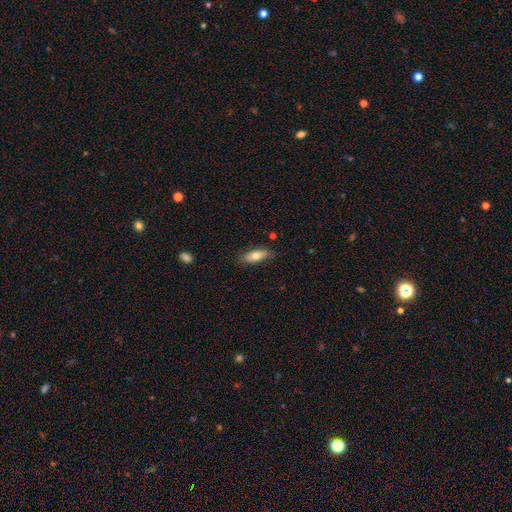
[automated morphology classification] smooth_or_featured: smooth (p=0.73) [alt: featured or disk p=0.20]
how_rounded: in between (p=0.74) [alt: cigar-shaped p=0.23]
merging: none (p=0.82) [alt: minor disturbance p=0.14]